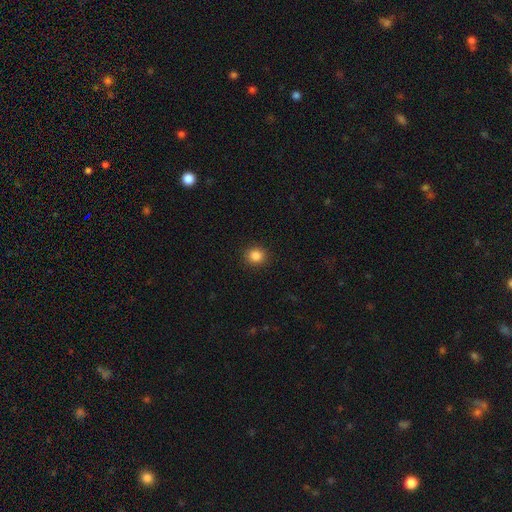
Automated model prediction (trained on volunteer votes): This appears to be a smooth galaxy with no disk features (85%) that is round (85%). Merging: none (92%).